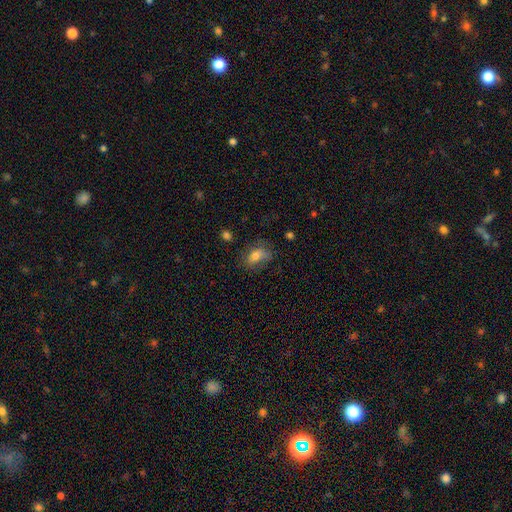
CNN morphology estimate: Smooth or featured: smooth — 74% (featured or disk — 17%)
How rounded: in between — 80% (round — 17%)
Merging: none — 56% (minor disturbance — 27%)